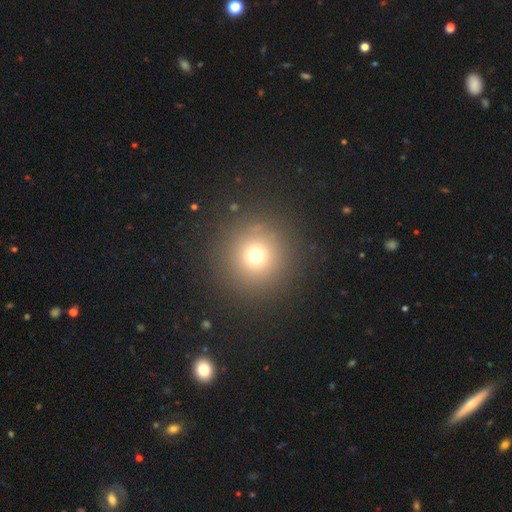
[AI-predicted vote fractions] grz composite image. It shows a smooth galaxy with no disk features (70%) that is round (96%). Merging: none (89%).